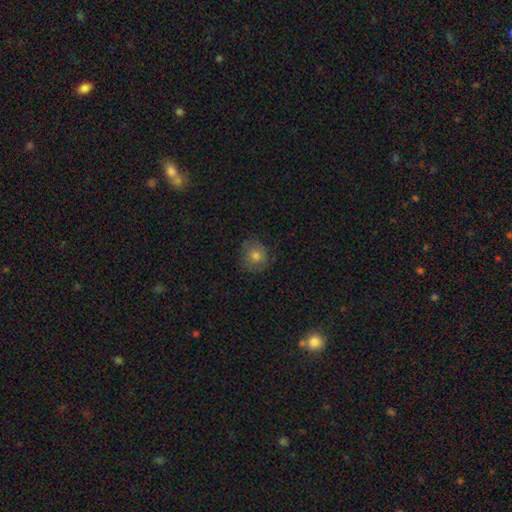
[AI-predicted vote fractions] smooth_or_featured: smooth (p=0.72) [alt: featured or disk p=0.17]
how_rounded: round (p=0.85) [alt: in between p=0.14]
merging: none (p=0.78) [alt: minor disturbance p=0.16]